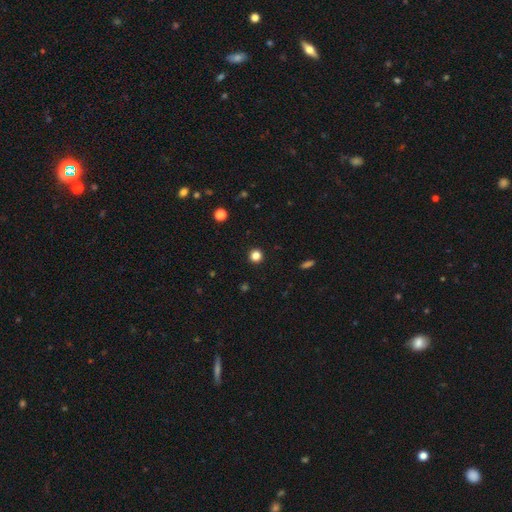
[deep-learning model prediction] Morphology: type=smooth (83%); roundness=round (95%); merging=none (93%).